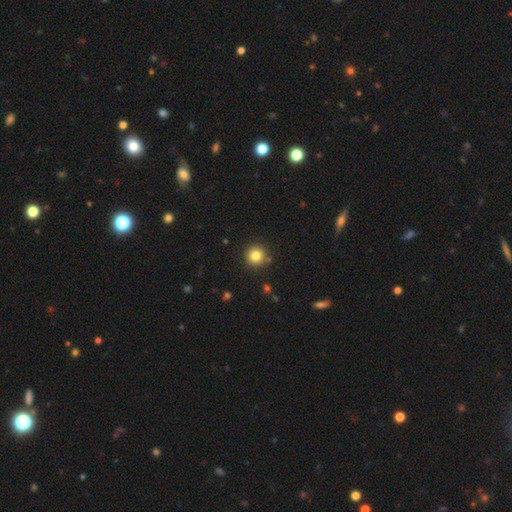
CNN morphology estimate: smooth_or_featured: smooth (p=0.83) [alt: star or artifact p=0.11]
how_rounded: round (p=0.95) [alt: in between p=0.05]
merging: none (p=0.87) [alt: minor disturbance p=0.07]